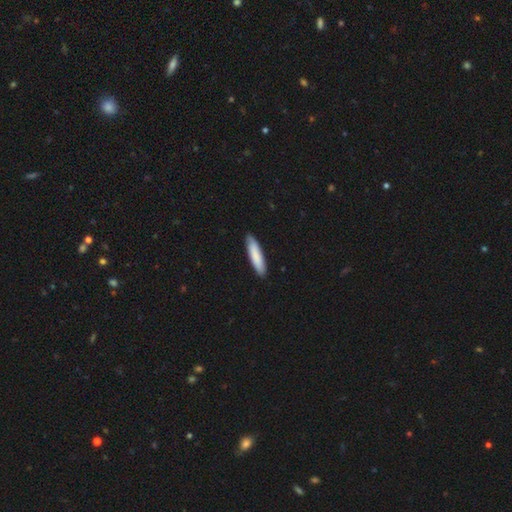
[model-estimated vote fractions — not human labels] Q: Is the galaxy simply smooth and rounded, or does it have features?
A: smooth — 84%.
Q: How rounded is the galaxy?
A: cigar-shaped — 80%.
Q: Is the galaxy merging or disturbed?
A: none — 88%.